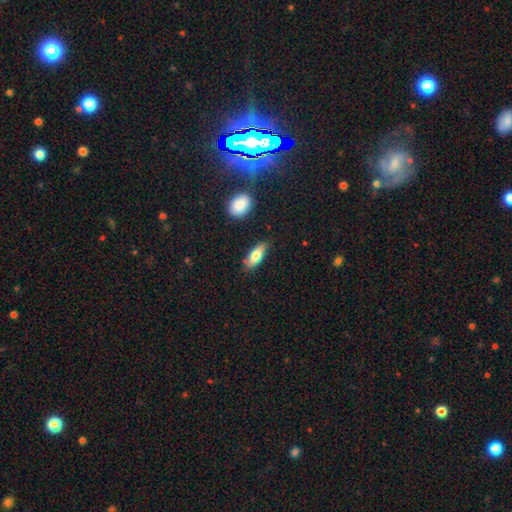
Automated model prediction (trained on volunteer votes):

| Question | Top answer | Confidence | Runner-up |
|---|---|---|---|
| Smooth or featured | smooth | 75% | featured or disk (19%) |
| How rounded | in between | 71% | cigar-shaped (26%) |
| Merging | none | 80% | minor disturbance (15%) |